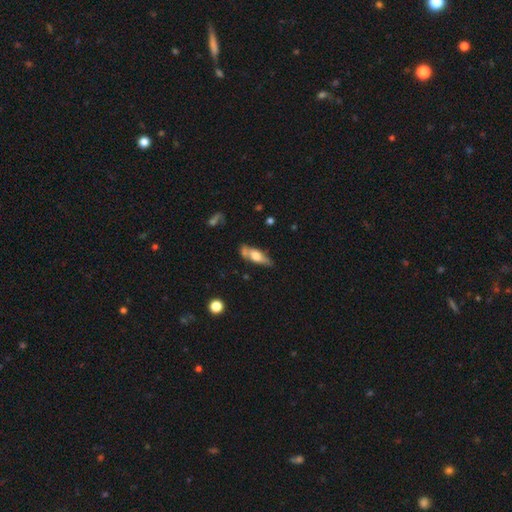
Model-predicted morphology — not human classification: smooth-or-featured: featured or disk: 48% | smooth: 45% | star or artifact: 7%
  merging: none: 58% | minor disturbance: 23% | merger: 12% | major disturbance: 7%